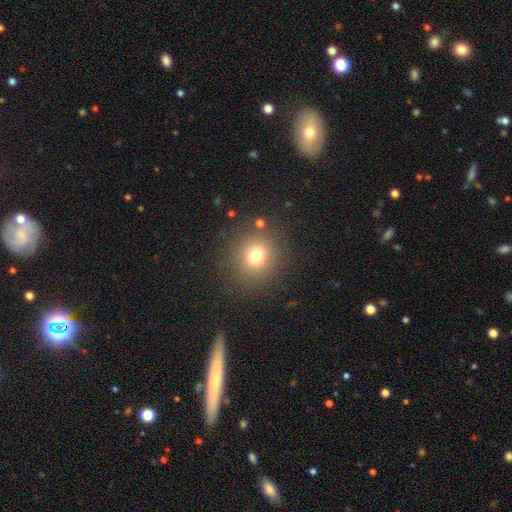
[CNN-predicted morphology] The model was most divided on "smooth or featured": smooth: 74%, star or artifact: 17%, featured or disk: 10%. More confident: merging — none (85%); how rounded — round (85%).